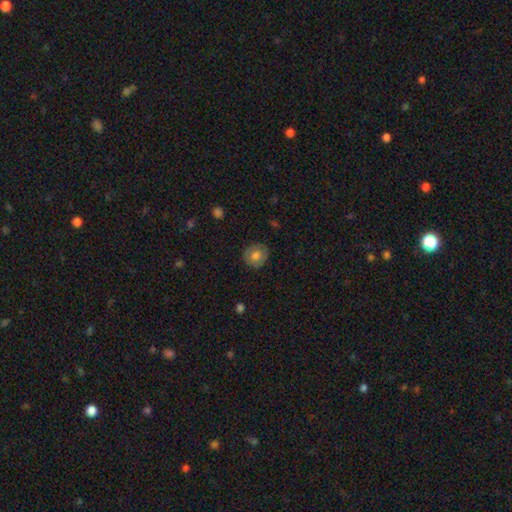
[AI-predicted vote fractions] The model was most divided on "smooth or featured": smooth: 68%, featured or disk: 24%, star or artifact: 8%. More confident: how rounded — round (87%); merging — none (84%).